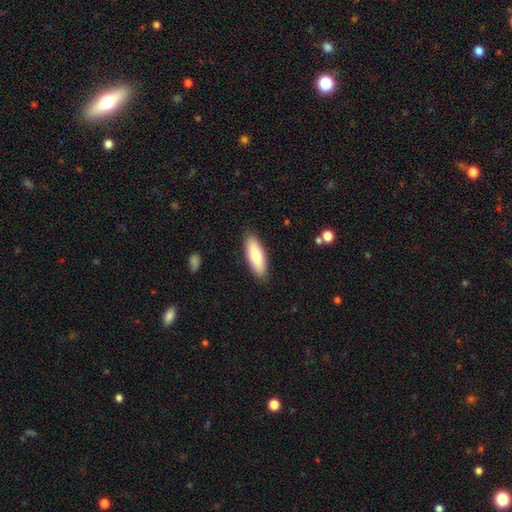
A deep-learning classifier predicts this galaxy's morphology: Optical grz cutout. It shows a smooth galaxy with no disk features (76%) that is in between round and cigar-shaped (66%). Merging: none (88%).